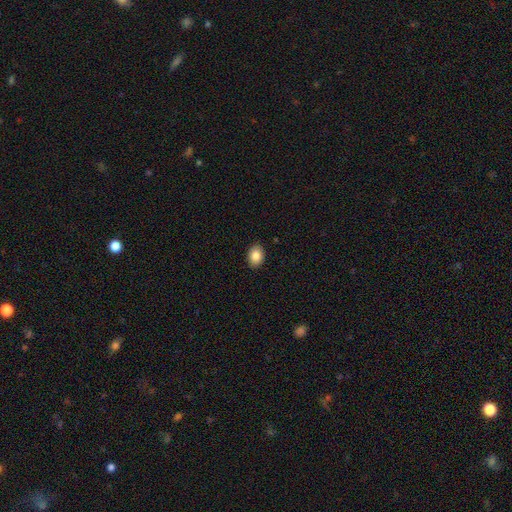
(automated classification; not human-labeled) Overall: smooth (86%). How rounded: in between (71%). Merging: none (90%).